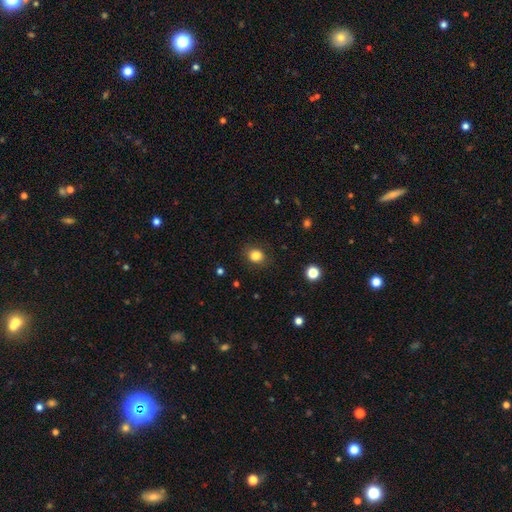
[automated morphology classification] smooth-or-featured: smooth: 83% | star or artifact: 11% | featured or disk: 5%
  how-rounded: round: 65% | in between: 34% | cigar-shaped: 1%
  merging: none: 85% | minor disturbance: 10% | major disturbance: 3% | merger: 1%